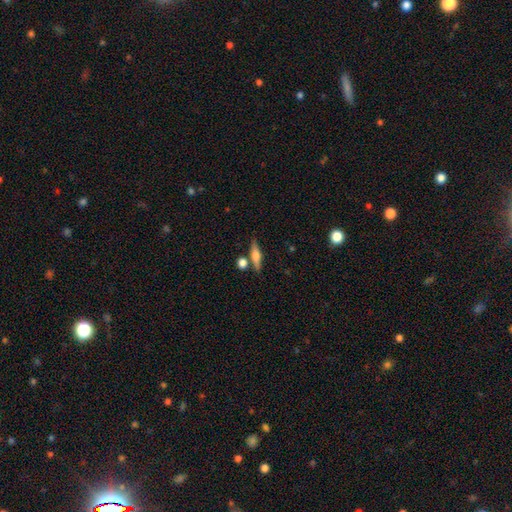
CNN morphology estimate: A smooth galaxy with no disk features (49%). Merging: none (76%).